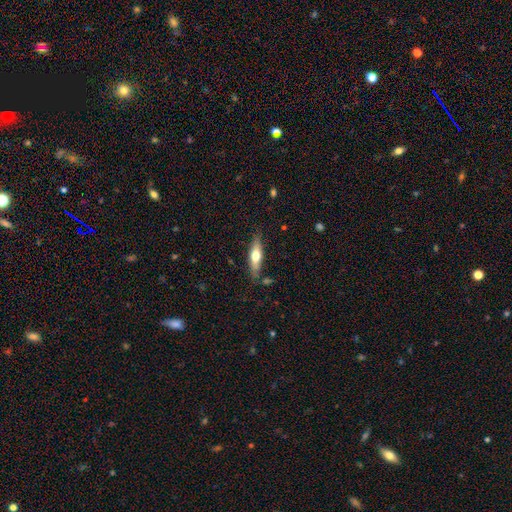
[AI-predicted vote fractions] Smooth or featured?
  - smooth: 54% *
  - featured or disk: 41%
  - star or artifact: 6%
How rounded?
  - cigar-shaped: 58% *
  - in between: 40%
  - round: 2%
Merging?
  - none: 77% *
  - minor disturbance: 16%
  - merger: 4%
  - major disturbance: 3%